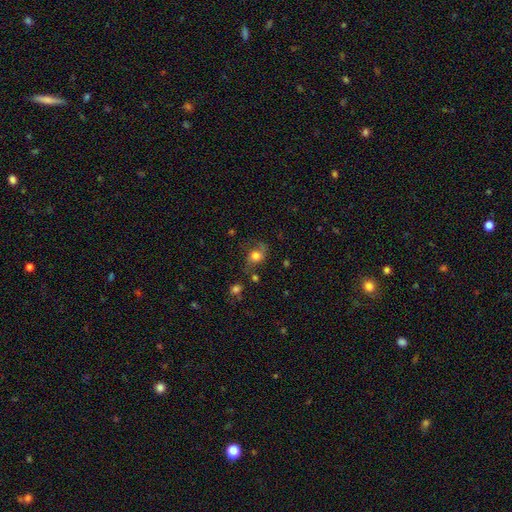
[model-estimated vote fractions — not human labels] Smooth or featured? Predicted: smooth (p=0.65). How rounded? Predicted: round (p=0.50). Merging? Predicted: none (p=0.52).